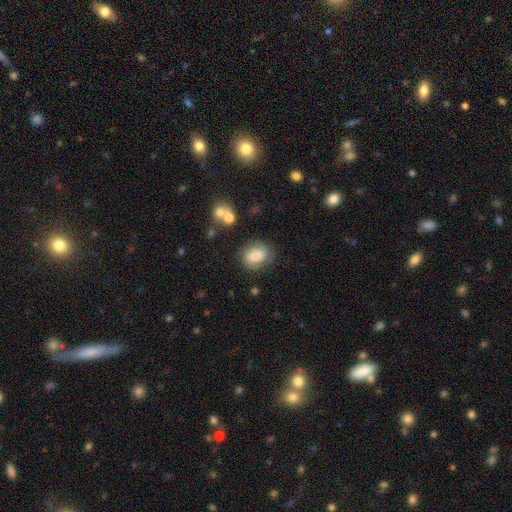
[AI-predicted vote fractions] The model was most divided on "how rounded": in between: 59%, round: 40%, cigar-shaped: 1%. More confident: smooth or featured — smooth (74%); merging — none (73%).